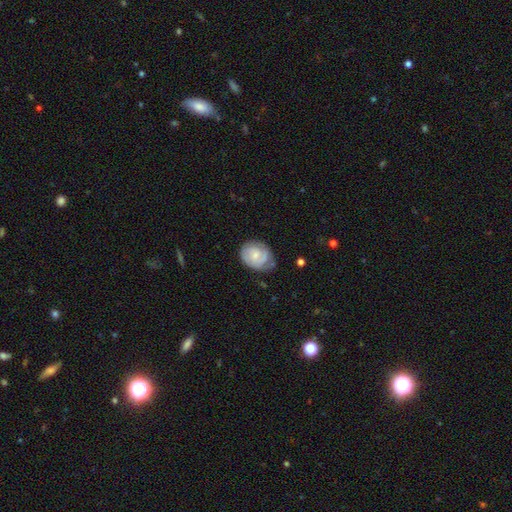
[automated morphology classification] smooth_or_featured: featured or disk (p=0.56) [alt: smooth p=0.37]
disk_edge_on: no (p=0.97) [alt: yes p=0.03]
bar: no (p=0.63) [alt: weak p=0.32]
has_spiral_arms: yes (p=0.86) [alt: no p=0.14]
bulge_size: small (p=0.50) [alt: moderate p=0.35]
merging: none (p=0.59) [alt: minor disturbance p=0.29]